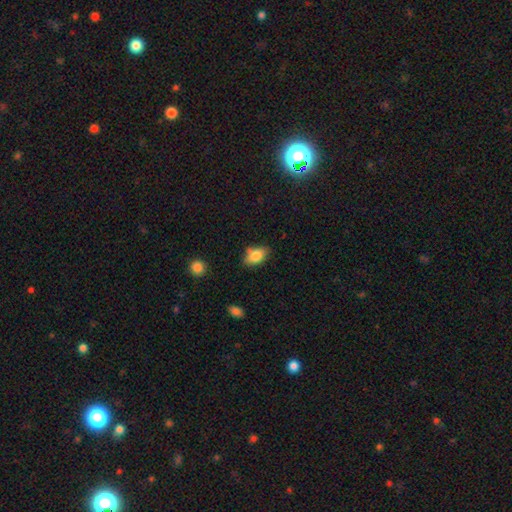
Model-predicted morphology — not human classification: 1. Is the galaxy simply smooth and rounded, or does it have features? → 80% smooth, 12% featured or disk, 8% star or artifact.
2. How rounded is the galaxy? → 87% in between, 10% round, 3% cigar-shaped.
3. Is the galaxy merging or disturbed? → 69% none, 23% minor disturbance, 4% major disturbance, 3% merger.